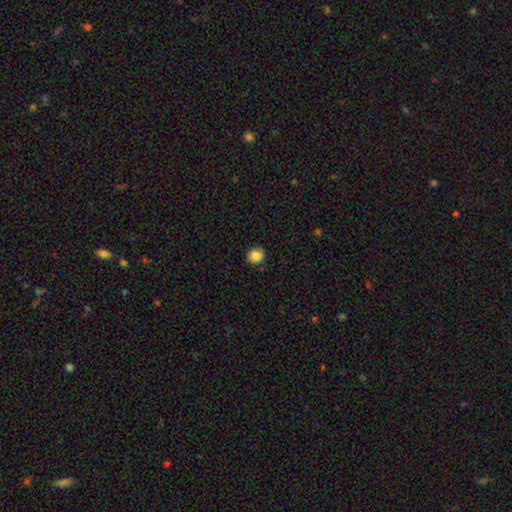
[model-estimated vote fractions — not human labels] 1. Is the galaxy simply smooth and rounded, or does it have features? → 85% smooth, 9% star or artifact, 5% featured or disk.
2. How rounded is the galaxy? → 90% round, 9% in between, 1% cigar-shaped.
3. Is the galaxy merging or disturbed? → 90% none, 7% minor disturbance, 2% major disturbance, 1% merger.